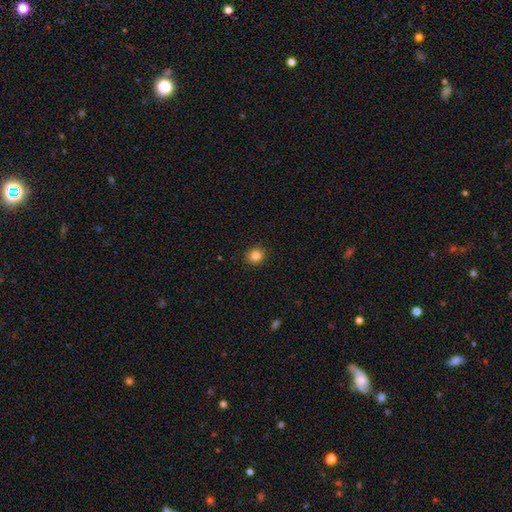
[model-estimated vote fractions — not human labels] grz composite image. It shows a smooth galaxy with no disk features (83%) that is round (89%). Merging: none (92%).